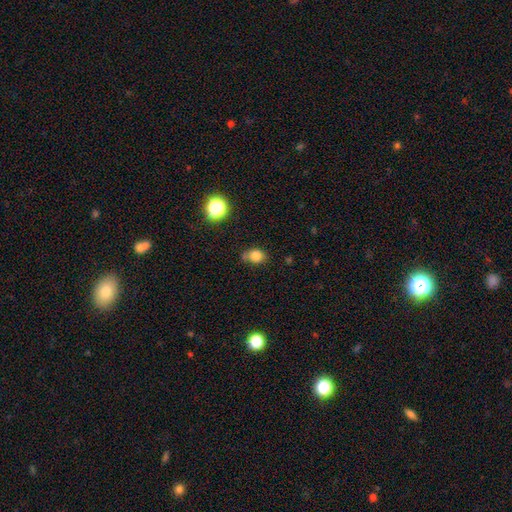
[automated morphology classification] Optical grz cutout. It shows a smooth galaxy with no disk features (80%) that is round (52%). Merging: none (60%).